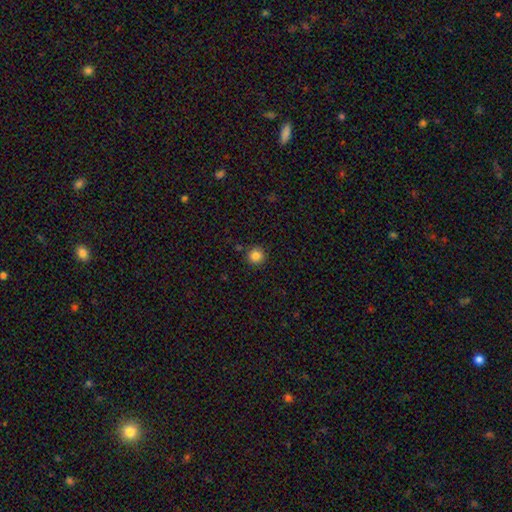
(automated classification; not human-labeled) smooth-or-featured: smooth: 85% | star or artifact: 11% | featured or disk: 4%
  how-rounded: round: 93% | in between: 6% | cigar-shaped: 1%
  merging: none: 88% | minor disturbance: 7% | merger: 3% | major disturbance: 2%